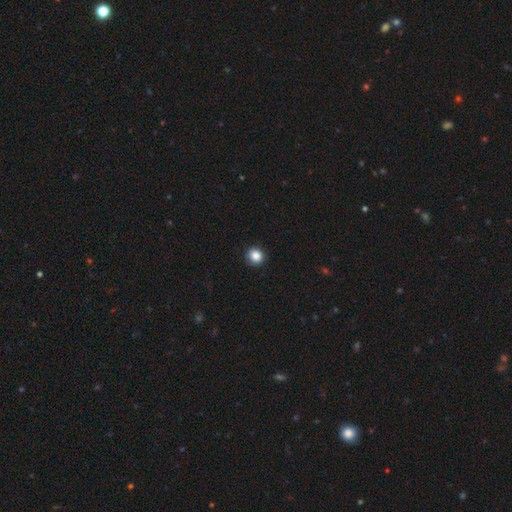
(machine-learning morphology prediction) type=smooth (86%); roundness=round (90%); merging=none (90%).